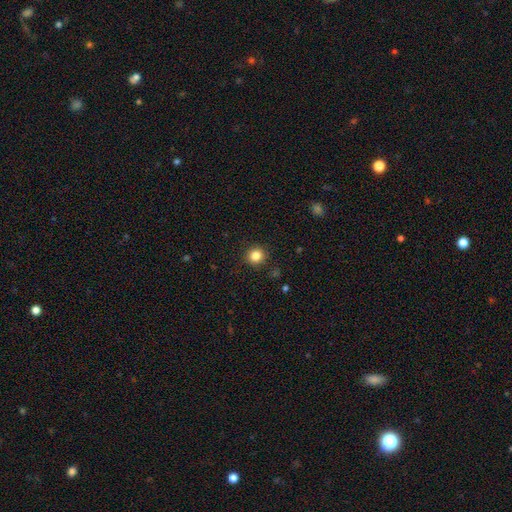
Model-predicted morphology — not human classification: A smooth galaxy with no disk features (84%) that is round (92%). Merging: none (92%).